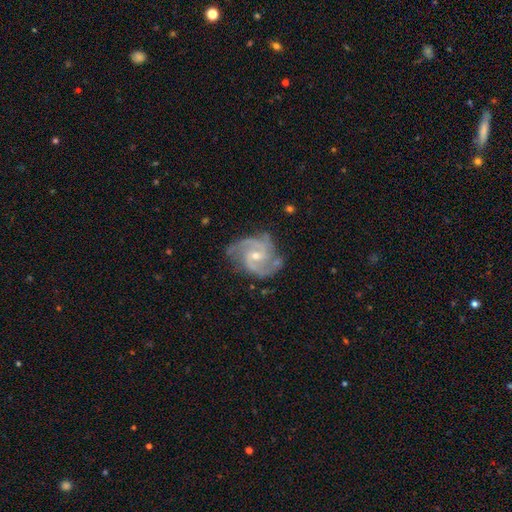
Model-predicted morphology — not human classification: Overall: featured or disk (91%). Edge-on disk: no (98%). Bar: no (46%; weak 41%). Spiral arms: yes (98%). Spiral arm count: 2 (53%; 3 32%). Spiral winding: medium (55%; tight 34%). Bulge size: small (56%; moderate 41%). Merging: none (72%).